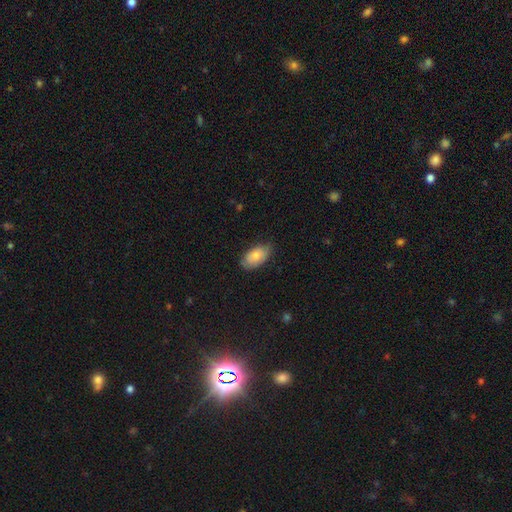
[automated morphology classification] Q: Smooth or featured?
A: smooth (73%); runner-up: featured or disk (21%)
Q: How rounded?
A: in between (93%); runner-up: round (4%)
Q: Merging?
A: none (71%); runner-up: minor disturbance (24%)